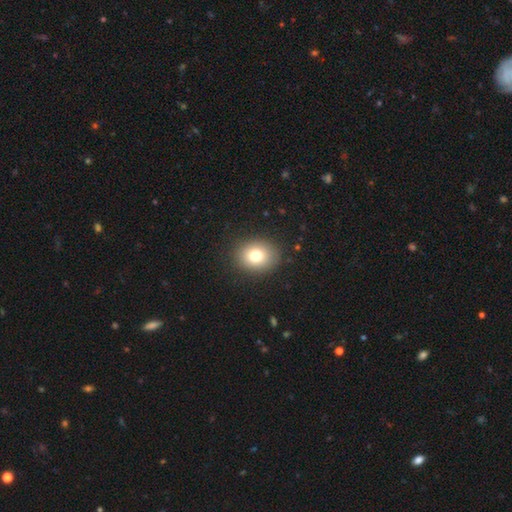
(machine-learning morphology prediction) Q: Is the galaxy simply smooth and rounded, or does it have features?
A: smooth — 78%.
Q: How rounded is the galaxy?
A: round — 55%.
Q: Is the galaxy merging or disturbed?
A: none — 87%.